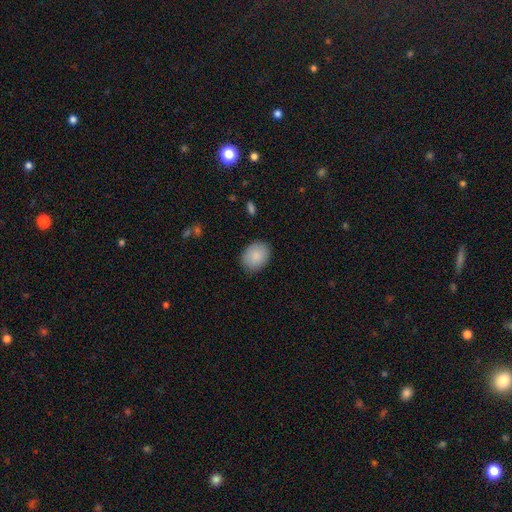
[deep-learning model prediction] smooth_or_featured: smooth (p=0.88) [alt: star or artifact p=0.07]
how_rounded: in between (p=0.60) [alt: round p=0.39]
merging: none (p=0.85) [alt: minor disturbance p=0.11]